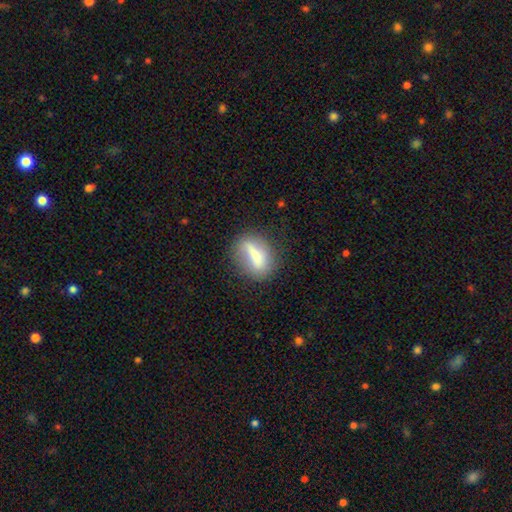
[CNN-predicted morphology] smooth_or_featured: smooth (p=0.63) [alt: featured or disk p=0.28]
how_rounded: in between (p=0.57) [alt: cigar-shaped p=0.23]
merging: none (p=0.70) [alt: minor disturbance p=0.18]